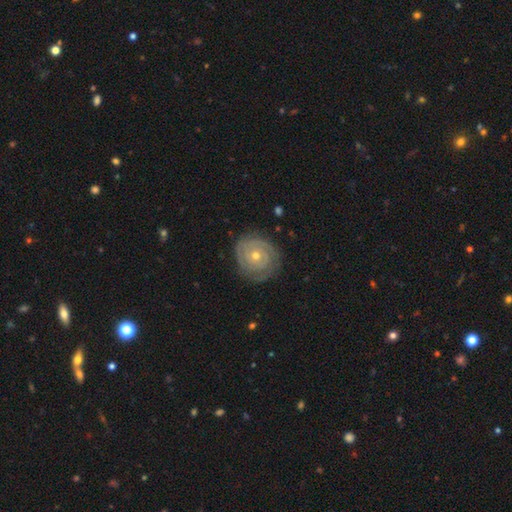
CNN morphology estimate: Smooth or featured? Predicted: featured or disk (p=0.86). Edge-on disk? Predicted: no (p=0.98). Bar? Predicted: no (p=0.80). Spiral arms? Predicted: yes (p=0.96). Spiral winding? Predicted: tight (p=0.85). Spiral arm count? Predicted: 2 (p=0.55). Bulge size? Predicted: small (p=0.52). Merging? Predicted: none (p=0.83).